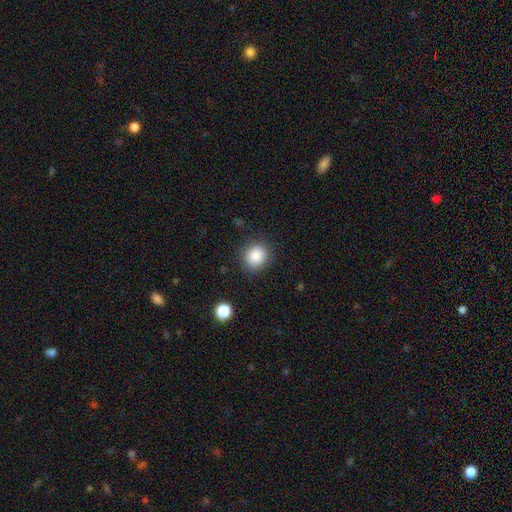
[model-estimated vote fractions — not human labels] The model was most divided on "how rounded": round: 83%, in between: 16%, cigar-shaped: 1%. More confident: merging — none (87%); smooth or featured — smooth (86%).